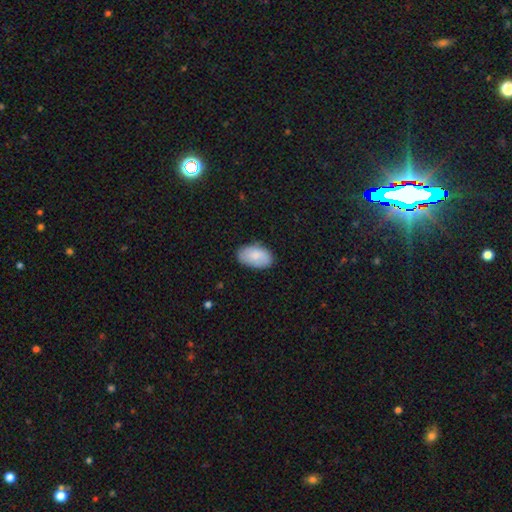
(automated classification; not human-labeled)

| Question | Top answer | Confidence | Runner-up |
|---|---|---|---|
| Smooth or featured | smooth | 83% | featured or disk (11%) |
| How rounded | in between | 94% | round (5%) |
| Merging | none | 80% | minor disturbance (16%) |